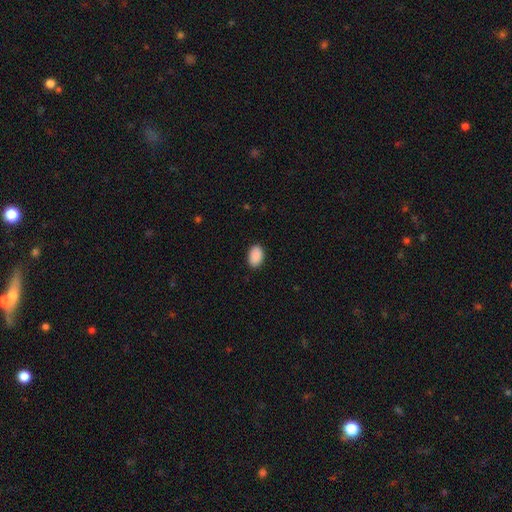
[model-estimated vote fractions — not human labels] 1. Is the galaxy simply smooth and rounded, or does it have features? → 91% smooth, 7% star or artifact, 2% featured or disk.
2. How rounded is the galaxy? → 90% in between, 9% round, 1% cigar-shaped.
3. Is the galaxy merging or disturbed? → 89% none, 9% minor disturbance, 2% major disturbance, 1% merger.